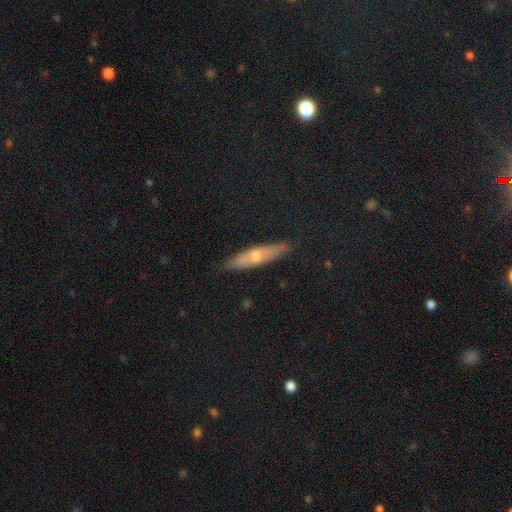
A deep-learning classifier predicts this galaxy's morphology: This is possibly a featured or disk galaxy (45%). Merging: clearly none (81%).